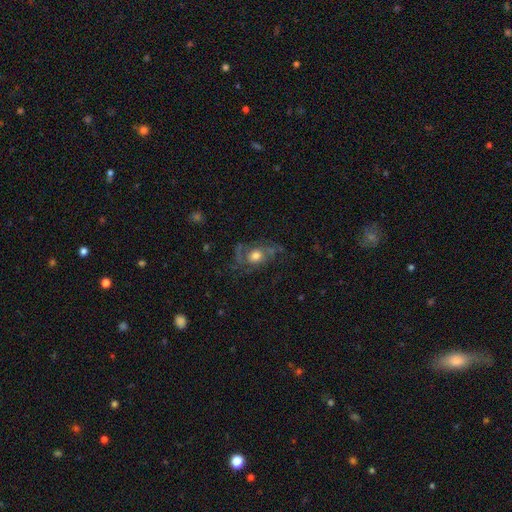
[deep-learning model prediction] Smooth or featured: featured or disk — 71% (smooth — 21%)
Edge-on disk: no — 95% (yes — 5%)
Bar: no — 78% (weak — 18%)
Spiral arms: yes — 88% (no — 12%)
Spiral winding: medium — 46% (loose — 33%)
Spiral arm count: 2 — 49% (can't tell — 18%)
Bulge size: moderate — 60% (large — 26%)
Merging: none — 55% (major disturbance — 22%)